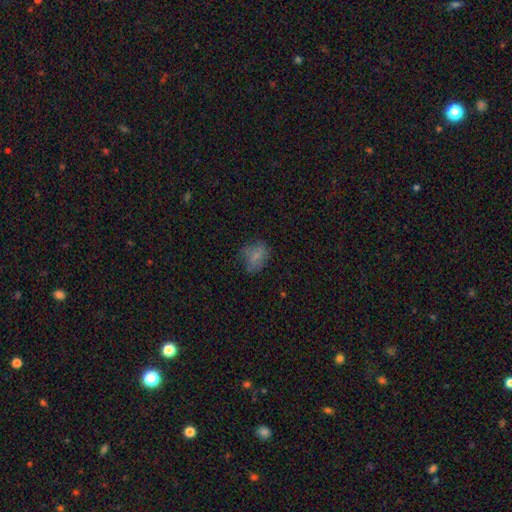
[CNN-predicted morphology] A smooth galaxy with no disk features (70%) that is in between round and cigar-shaped (56%). Merging: none (61%).